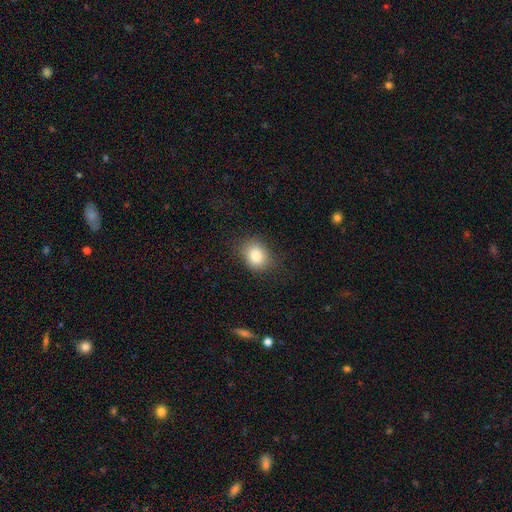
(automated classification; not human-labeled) The model was most divided on "how rounded": round: 51%, in between: 48%, cigar-shaped: 1%. More confident: smooth or featured — smooth (83%); merging — none (80%).